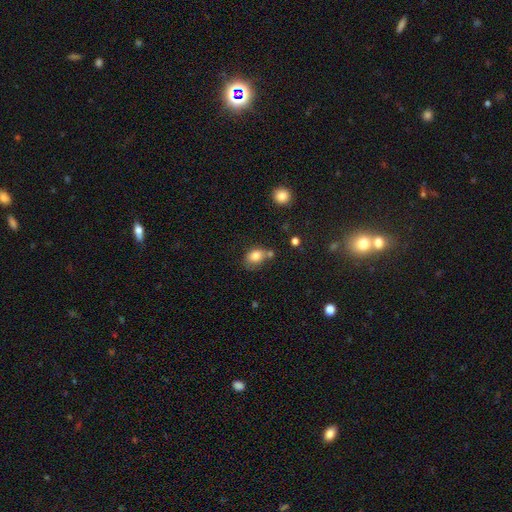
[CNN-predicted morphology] A smooth galaxy with no disk features (80%) that is in between round and cigar-shaped (65%). Merging: none (47%).